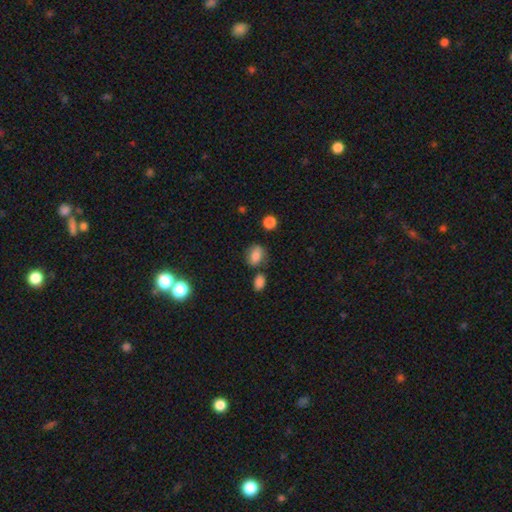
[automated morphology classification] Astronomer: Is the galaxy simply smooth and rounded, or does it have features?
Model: smooth — 77%.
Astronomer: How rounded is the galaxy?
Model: in between — 66%.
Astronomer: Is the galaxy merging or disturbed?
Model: none — 66%.